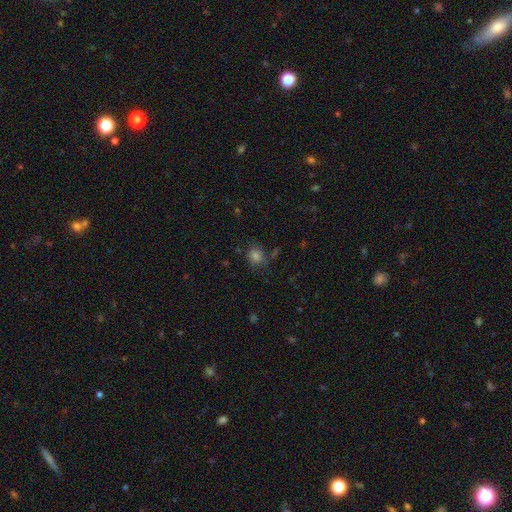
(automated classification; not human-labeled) Smooth or featured? smooth (71%)
How rounded? round (73%)
Merging? none (71%)